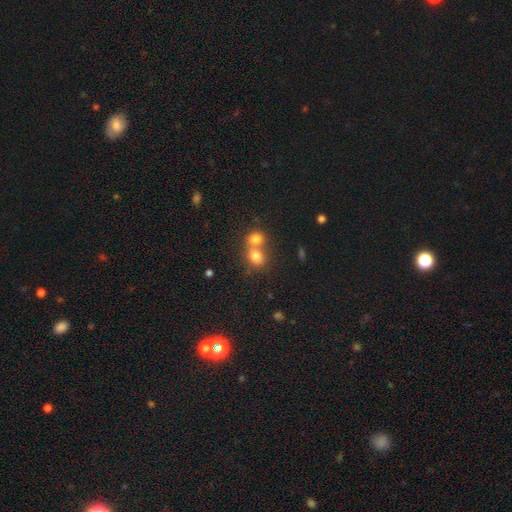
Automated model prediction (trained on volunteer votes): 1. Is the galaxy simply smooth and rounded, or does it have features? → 77% smooth, 12% star or artifact, 10% featured or disk.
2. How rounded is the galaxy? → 71% round, 28% in between, 1% cigar-shaped.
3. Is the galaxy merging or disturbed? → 57% merger, 34% none, 6% minor disturbance, 3% major disturbance.